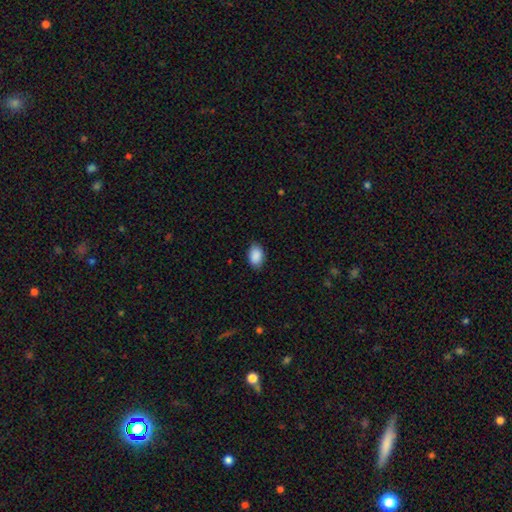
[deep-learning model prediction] A smooth galaxy with no disk features (90%) that is in between round and cigar-shaped (87%). Merging: none (85%).